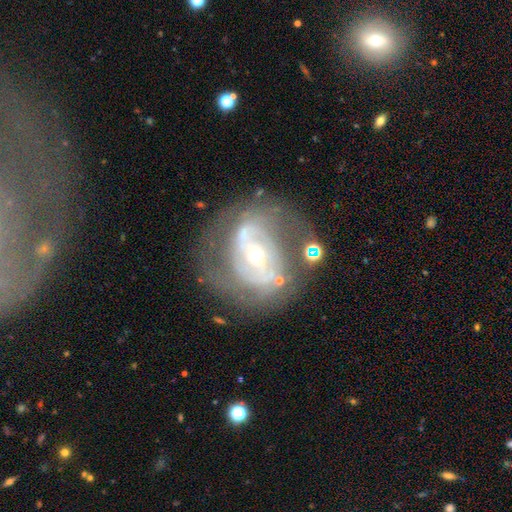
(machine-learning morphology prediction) Q: Smooth or featured?
A: featured or disk (81%); runner-up: smooth (12%)
Q: Edge-on disk?
A: no (96%); runner-up: yes (4%)
Q: Bar?
A: no (37%); runner-up: weak (34%)
Q: Spiral arms?
A: yes (78%); runner-up: no (22%)
Q: Spiral winding?
A: tight (45%); runner-up: medium (38%)
Q: Spiral arm count?
A: 2 (55%); runner-up: can't tell (27%)
Q: Bulge size?
A: small (54%); runner-up: moderate (42%)
Q: Merging?
A: none (59%); runner-up: minor disturbance (18%)